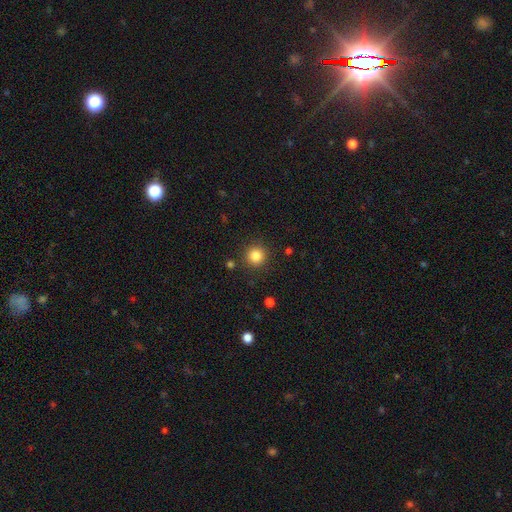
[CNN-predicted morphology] Smooth or featured? smooth (84%)
How rounded? round (94%)
Merging? none (89%)